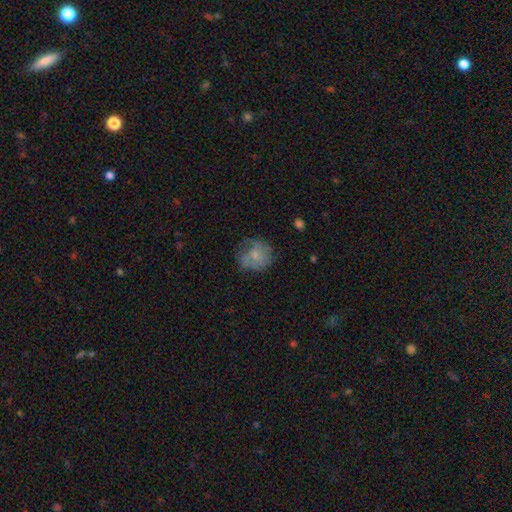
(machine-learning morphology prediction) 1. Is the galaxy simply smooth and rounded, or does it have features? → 54% smooth, 37% featured or disk, 9% star or artifact.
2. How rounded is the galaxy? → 74% round, 25% in between, 1% cigar-shaped.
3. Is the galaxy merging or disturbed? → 54% none, 25% minor disturbance, 19% major disturbance, 2% merger.